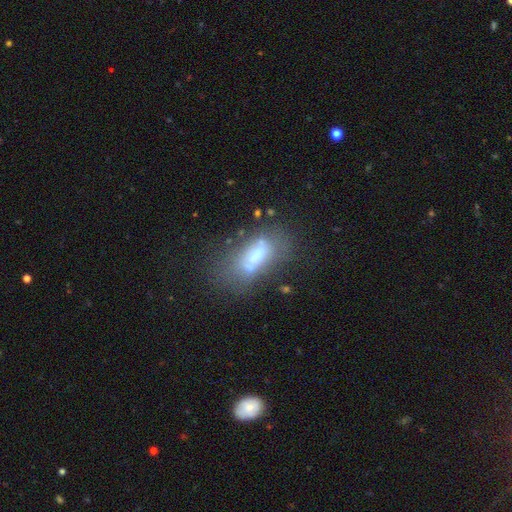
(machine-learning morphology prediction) type=smooth (51%); roundness=in between (73%); merging=none (42%).